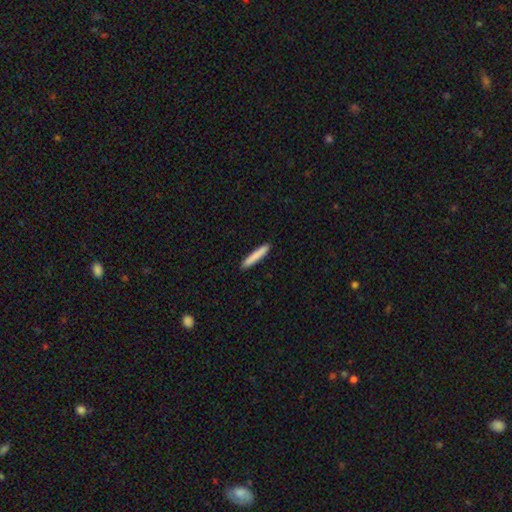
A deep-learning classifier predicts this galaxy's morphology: type=smooth (84%); roundness=cigar-shaped (94%); merging=none (92%).